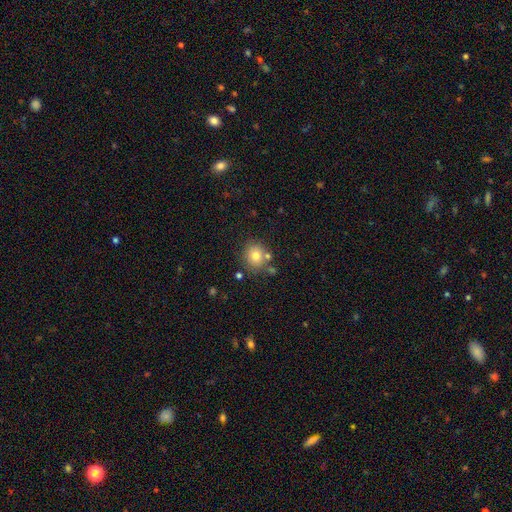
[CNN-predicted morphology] A smooth galaxy with no disk features (76%) that is round (82%).

Vote fractions:
- Smooth or featured? smooth: 76% / featured or disk: 12% / star or artifact: 12%
- How rounded? round: 82% / in between: 17% / cigar-shaped: 1%
- Merging? none: 73% / minor disturbance: 12% / merger: 12% / major disturbance: 4%